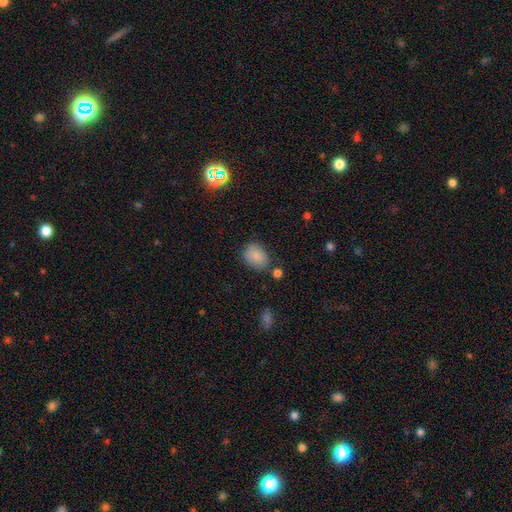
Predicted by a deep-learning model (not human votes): This appears to be a smooth galaxy with no disk features (86%) that is in between round and cigar-shaped (63%). Merging: none (72%).